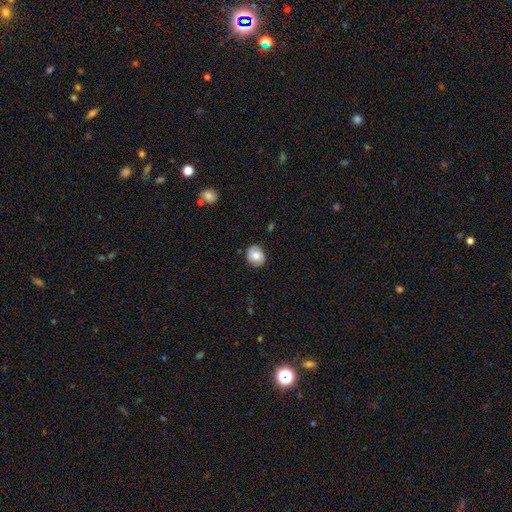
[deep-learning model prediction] Smooth or featured: smooth — 73% (featured or disk — 19%)
How rounded: round — 75% (in between — 25%)
Merging: none — 86% (minor disturbance — 11%)